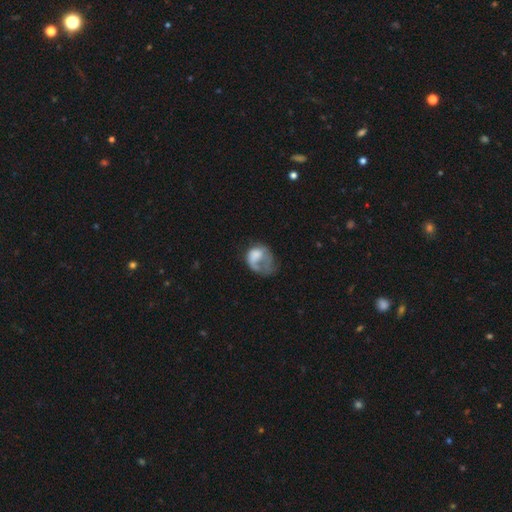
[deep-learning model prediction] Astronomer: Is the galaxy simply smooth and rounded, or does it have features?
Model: smooth — 54% (runner-up: featured or disk, 37%).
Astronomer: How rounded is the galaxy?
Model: in between — 58% (runner-up: round, 41%).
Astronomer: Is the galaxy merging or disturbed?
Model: major disturbance — 55%.